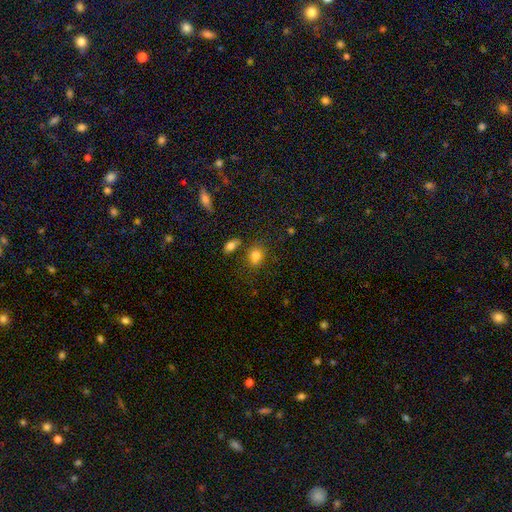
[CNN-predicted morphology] Smooth or featured? smooth (81%)
How rounded? in between (62%)
Merging? none (64%)